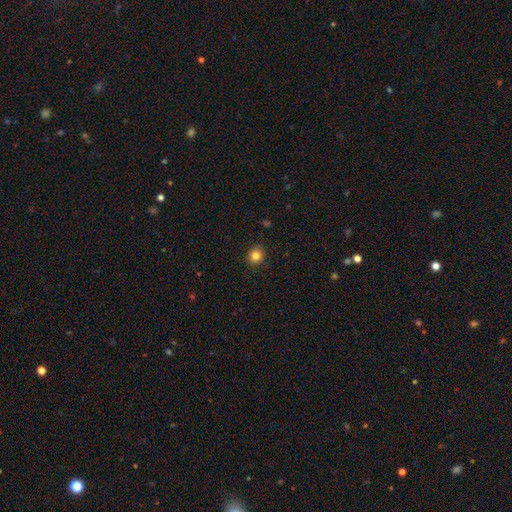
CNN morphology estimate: type=smooth (83%); roundness=round (85%); merging=none (91%).